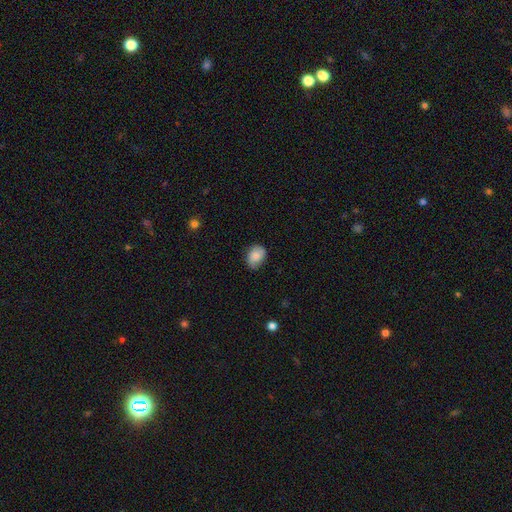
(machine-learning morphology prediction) smooth 81%, featured or disk 11%, star or artifact 8%. Down the decision tree: how rounded — in between (62%); merging — none (72%).